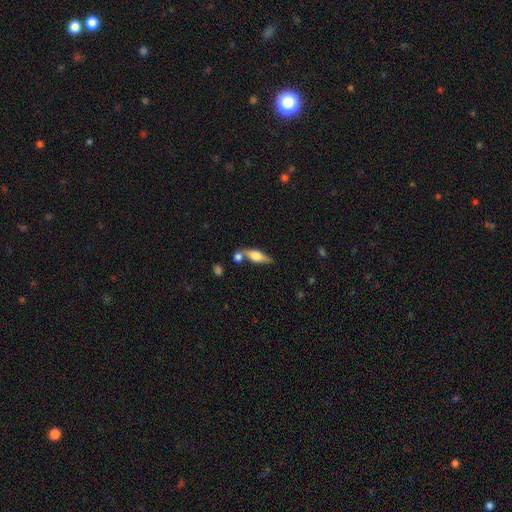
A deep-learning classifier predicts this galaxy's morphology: Smooth or featured? Predicted: featured or disk (p=0.47). Merging? Predicted: none (p=0.61).